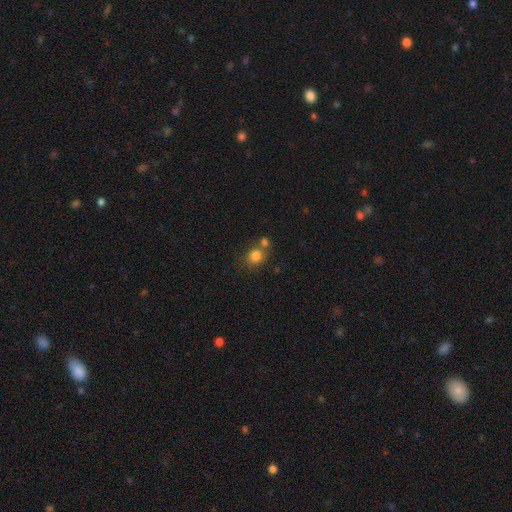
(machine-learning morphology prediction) This appears to be a smooth galaxy with no disk features (81%) that is round (76%). Merging: none (55%).